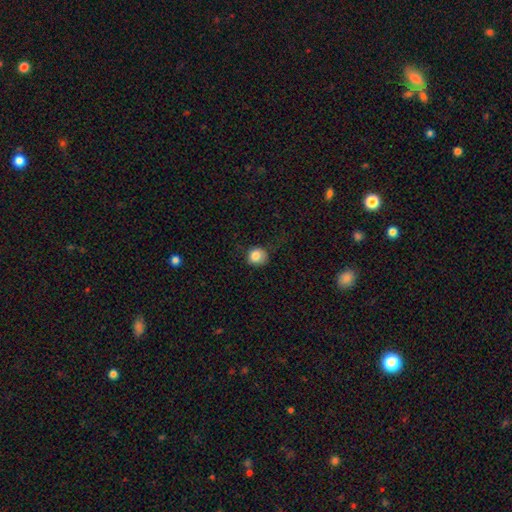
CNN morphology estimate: type=smooth (84%); roundness=round (82%); merging=none (65%).